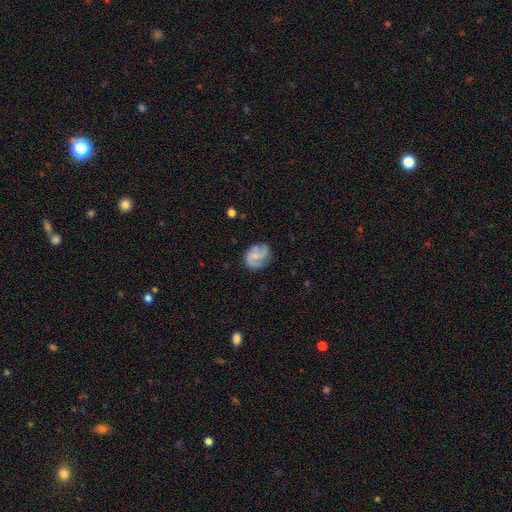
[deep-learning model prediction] Smooth or featured: featured or disk — 63% (smooth — 30%)
Edge-on disk: no — 98% (yes — 2%)
Bar: no — 63% (weak — 32%)
Spiral arms: yes — 91% (no — 9%)
Spiral winding: medium — 46% (tight — 27%)
Spiral arm count: 2 — 44% (3 — 28%)
Bulge size: small — 59% (moderate — 23%)
Merging: none — 67% (minor disturbance — 22%)